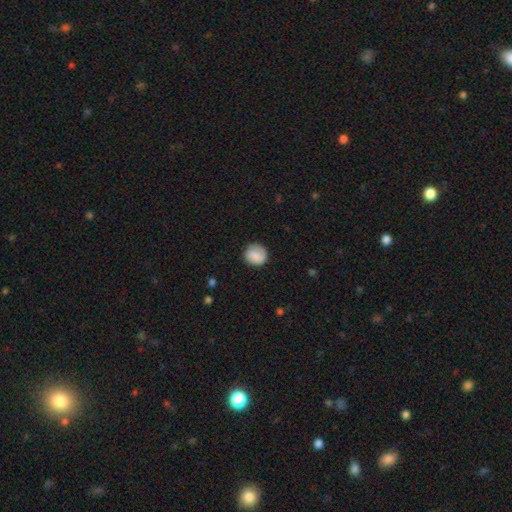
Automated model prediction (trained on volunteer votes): This appears to be a smooth galaxy with no disk features (83%) that is round (86%). Merging: none (82%).